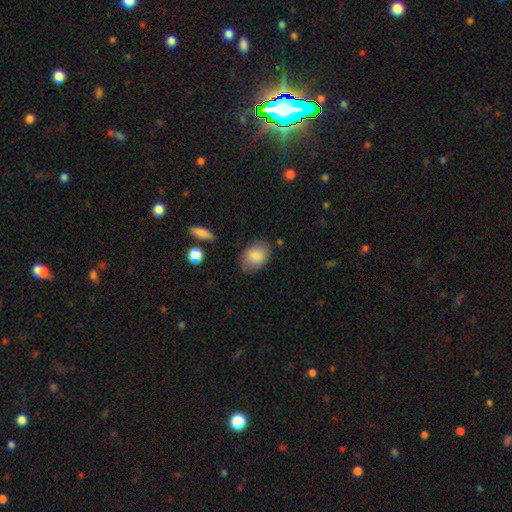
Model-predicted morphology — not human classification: This appears to be a smooth galaxy with no disk features (86%) that is in between round and cigar-shaped (70%). Merging: none (74%).